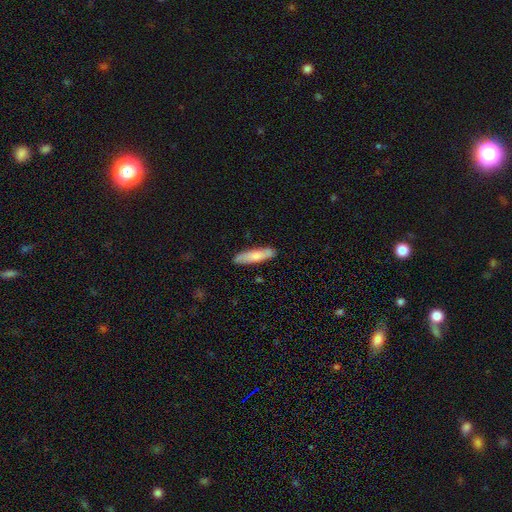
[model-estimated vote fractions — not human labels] smooth-or-featured: smooth: 74% | featured or disk: 21% | star or artifact: 5%
  how-rounded: cigar-shaped: 78% | in between: 20% | round: 1%
  merging: none: 84% | minor disturbance: 12% | major disturbance: 2% | merger: 2%